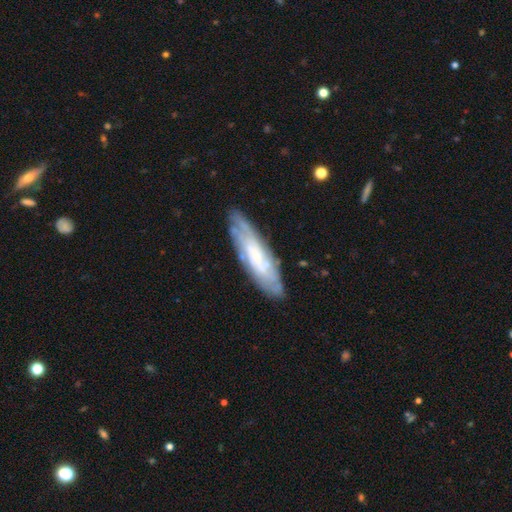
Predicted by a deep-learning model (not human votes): A featured or disk galaxy (64%). Merging: none (79%).